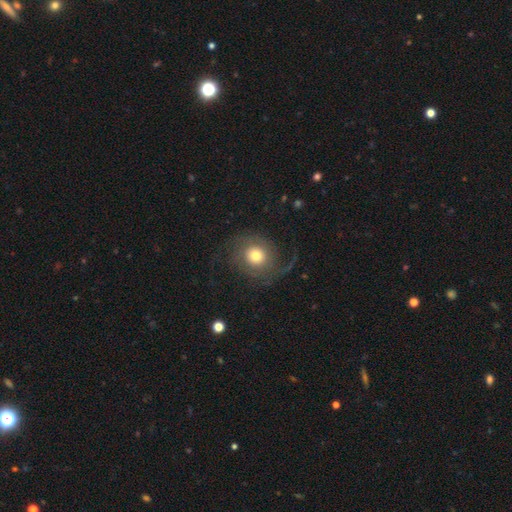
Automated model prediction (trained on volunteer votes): Smooth or featured? featured or disk (51%)
Edge-on disk? no (97%)
Merging? none (63%)